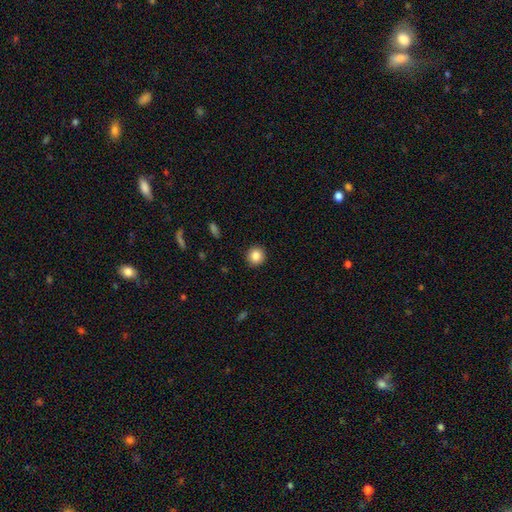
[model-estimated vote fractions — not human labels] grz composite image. It shows a smooth galaxy with no disk features (85%) that is round (92%). Merging: none (92%).